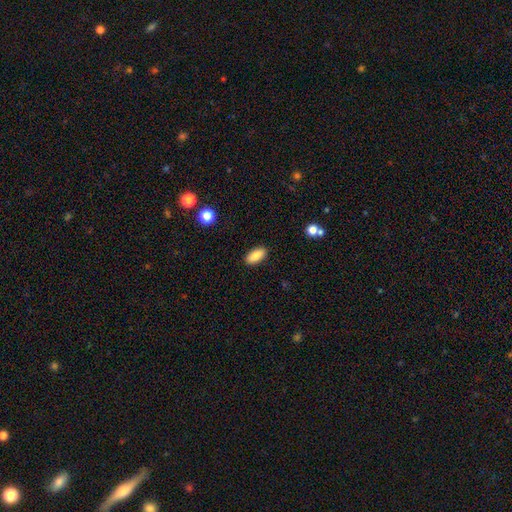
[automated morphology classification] Smooth or featured? Predicted: smooth (p=0.86). How rounded? Predicted: in between (p=0.85). Merging? Predicted: none (p=0.89).